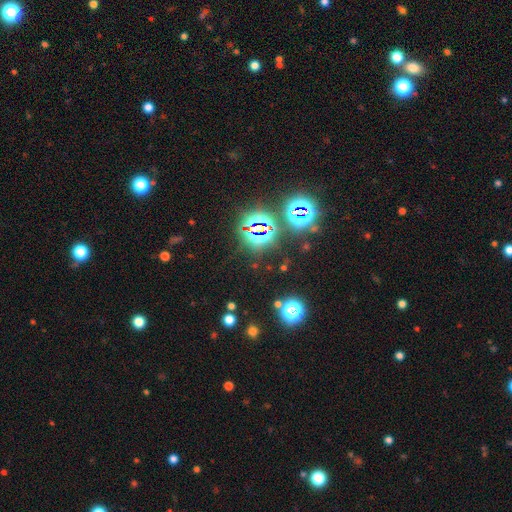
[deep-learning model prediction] This is likely a star or artifact rather than a galaxy (79%).